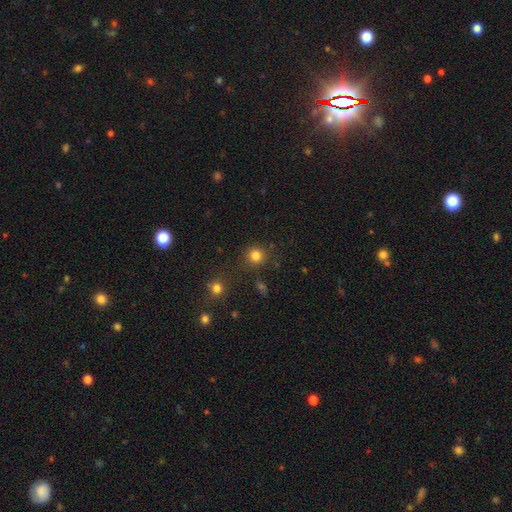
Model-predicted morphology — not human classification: Smooth or featured?
  - smooth: 81% *
  - star or artifact: 14%
  - featured or disk: 5%
How rounded?
  - round: 92% *
  - in between: 7%
  - cigar-shaped: 1%
Merging?
  - none: 83% *
  - minor disturbance: 8%
  - merger: 6%
  - major disturbance: 4%